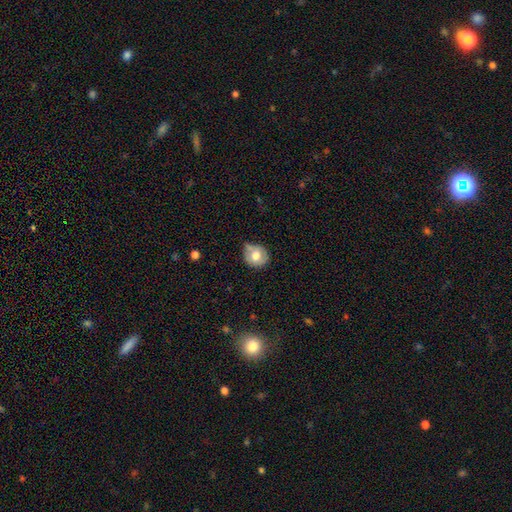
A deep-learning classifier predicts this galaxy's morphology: Overall: smooth (69%). How rounded: round (77%). Merging: none (50%; minor disturbance 35%).